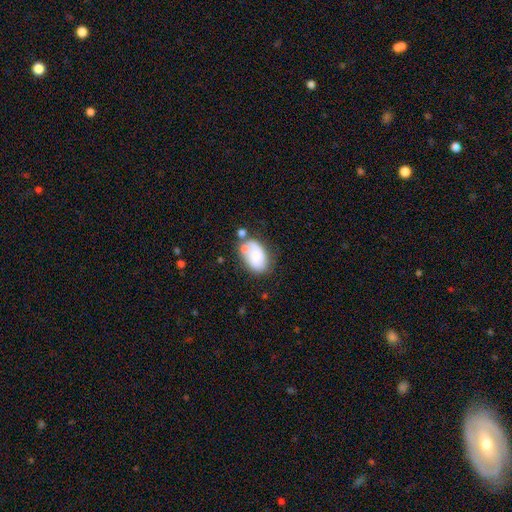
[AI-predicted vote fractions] This is possibly a smooth galaxy (58%). How rounded: clearly in between (89%). Merging: marginally none (41%).